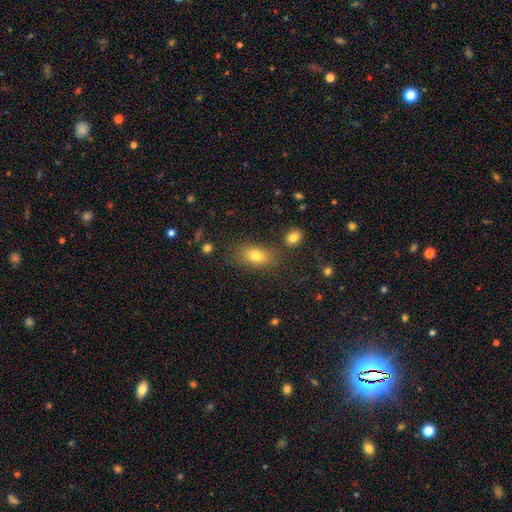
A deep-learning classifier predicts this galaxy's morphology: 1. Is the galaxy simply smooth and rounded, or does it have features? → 80% smooth, 11% star or artifact, 10% featured or disk.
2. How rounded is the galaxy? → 81% in between, 16% round, 2% cigar-shaped.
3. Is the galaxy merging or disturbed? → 73% none, 16% minor disturbance, 6% merger, 5% major disturbance.